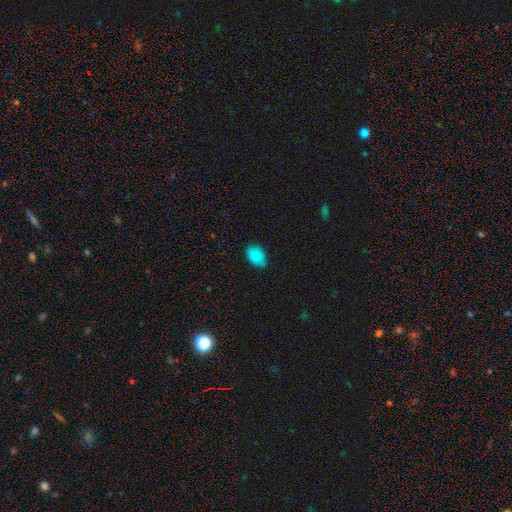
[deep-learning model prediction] This appears to be a smooth galaxy with no disk features (85%) that is in between round and cigar-shaped (82%). Merging: none (67%).